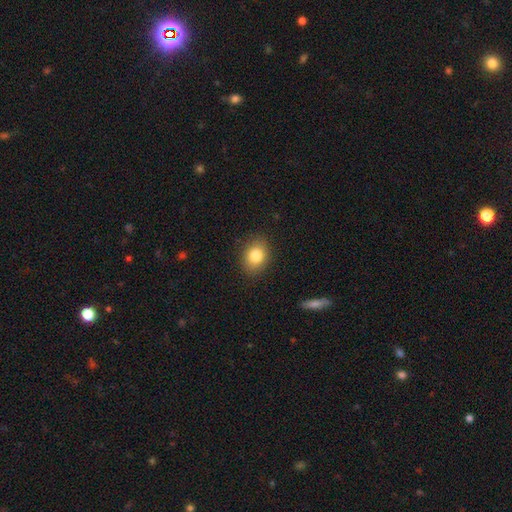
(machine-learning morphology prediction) Smooth or featured? Predicted: smooth (p=0.82). How rounded? Predicted: in between (p=0.60). Merging? Predicted: none (p=0.87).